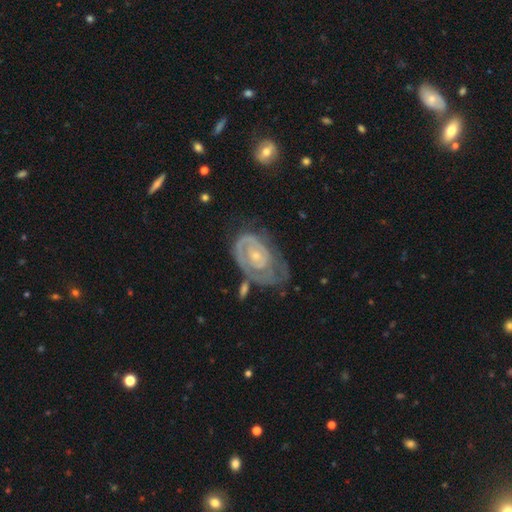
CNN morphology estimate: This appears to be a featured or disk galaxy (82%) with no bar (75%), tight (74%) spiral arms (86%) and a small central bulge (68%). Merging: none (46%).